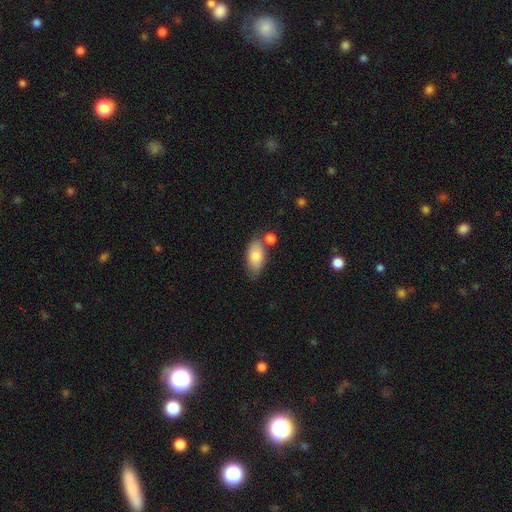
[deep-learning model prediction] This is clearly a smooth galaxy (81%). How rounded: clearly in between (92%). Merging: likely none (63%).